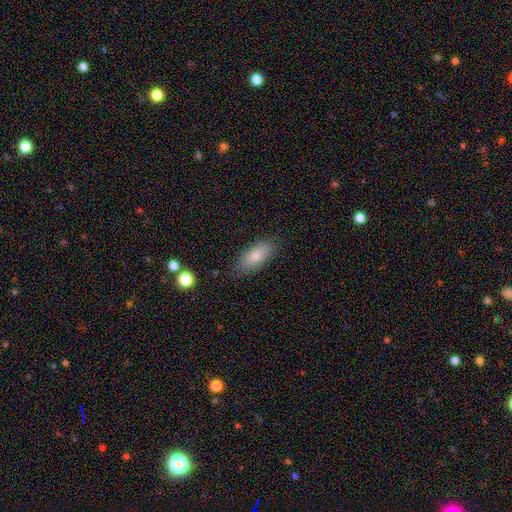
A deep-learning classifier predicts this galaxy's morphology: Smooth or featured: smooth — 80% (featured or disk — 13%)
How rounded: in between — 83% (cigar-shaped — 14%)
Merging: none — 82% (minor disturbance — 14%)